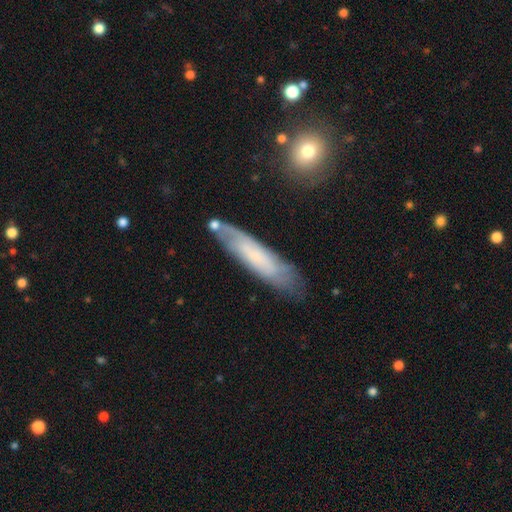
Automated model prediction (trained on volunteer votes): A smooth galaxy with no disk features (49%). Merging: none (72%).